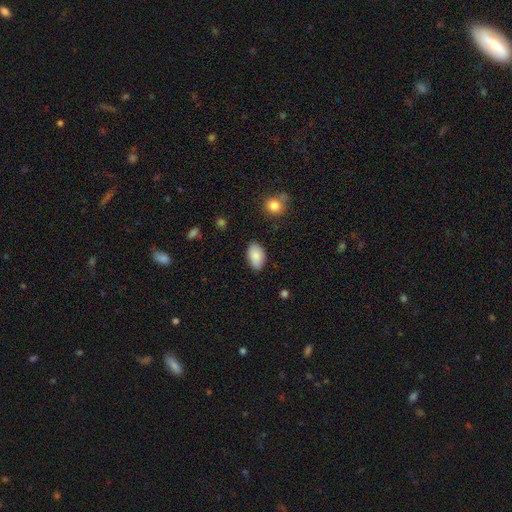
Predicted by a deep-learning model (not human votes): smooth-or-featured: smooth: 87% | star or artifact: 7% | featured or disk: 6%
  how-rounded: in between: 93% | round: 6% | cigar-shaped: 1%
  merging: none: 84% | minor disturbance: 12% | major disturbance: 2% | merger: 1%